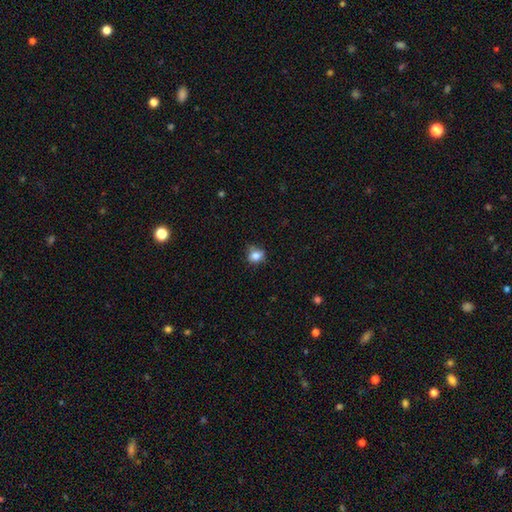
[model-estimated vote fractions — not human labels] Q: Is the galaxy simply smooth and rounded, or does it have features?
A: smooth — 80%.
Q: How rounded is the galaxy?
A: round — 63%.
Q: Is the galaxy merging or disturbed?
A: none — 62%.